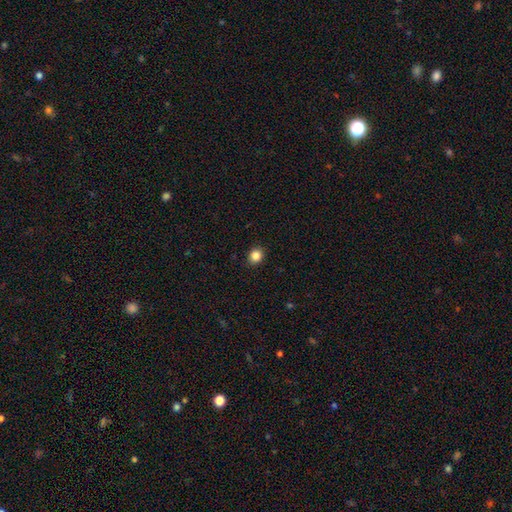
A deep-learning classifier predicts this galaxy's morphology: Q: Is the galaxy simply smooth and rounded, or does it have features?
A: smooth — 86%.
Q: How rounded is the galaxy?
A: round — 71%.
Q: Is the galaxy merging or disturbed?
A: none — 91%.